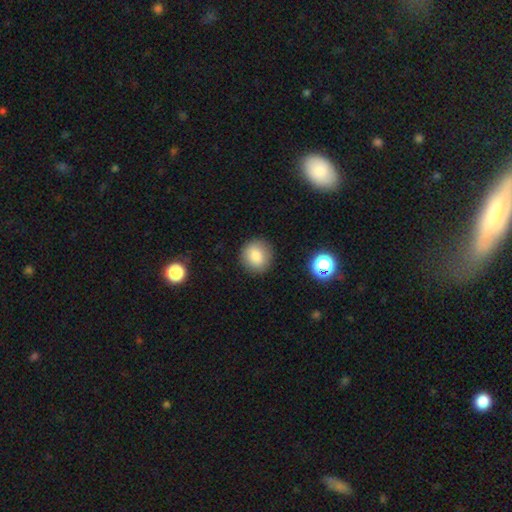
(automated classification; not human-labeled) A smooth galaxy with no disk features (83%) that is round (86%). Merging: none (89%).